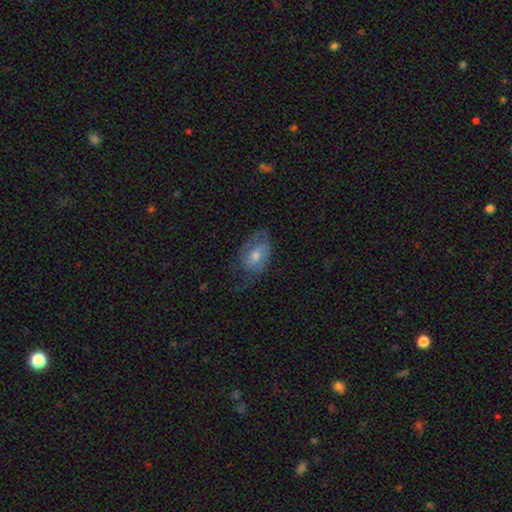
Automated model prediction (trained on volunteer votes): Q: Smooth or featured?
A: featured or disk (61%); runner-up: smooth (31%)
Q: Edge-on disk?
A: no (94%); runner-up: yes (6%)
Q: Bar?
A: no (47%); runner-up: weak (41%)
Q: Spiral arms?
A: yes (82%); runner-up: no (18%)
Q: Bulge size?
A: moderate (57%); runner-up: small (32%)
Q: Merging?
A: none (55%); runner-up: minor disturbance (24%)